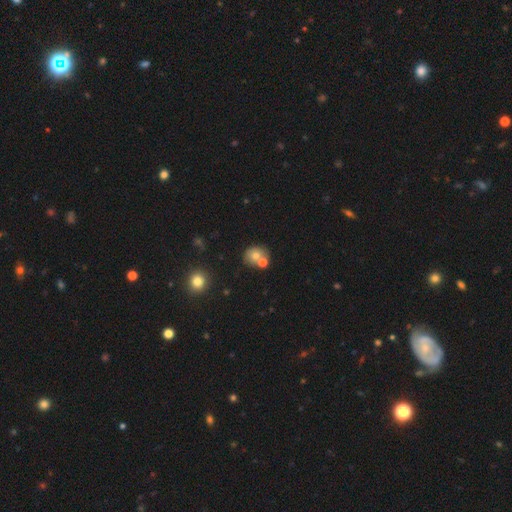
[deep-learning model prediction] Smooth or featured? Predicted: smooth (p=0.68). How rounded? Predicted: round (p=0.73). Merging? Predicted: none (p=0.49).